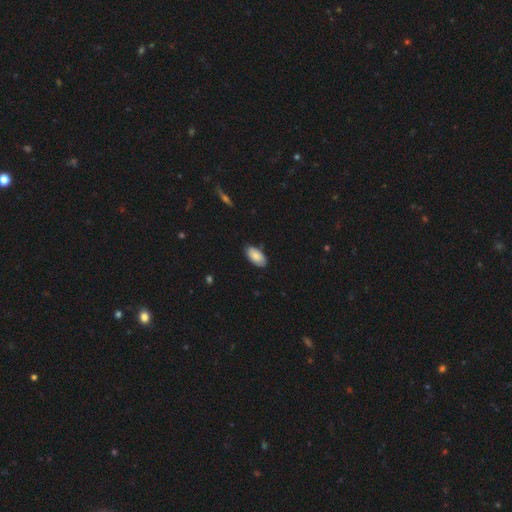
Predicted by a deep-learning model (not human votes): smooth 83%, featured or disk 11%, star or artifact 6%. Down the decision tree: how rounded — in between (95%); merging — none (82%).